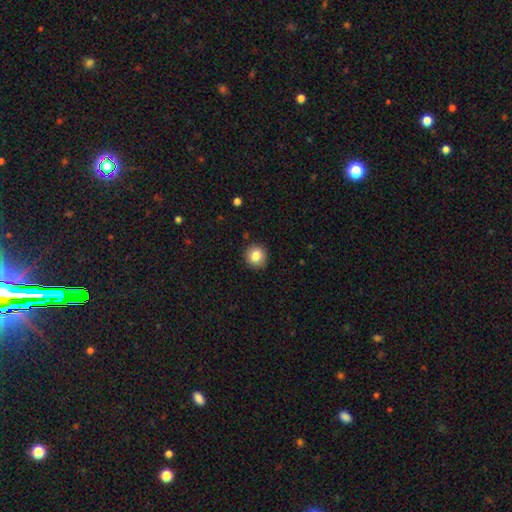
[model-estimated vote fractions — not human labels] Smooth or featured: smooth — 84% (star or artifact — 9%)
How rounded: round — 92% (in between — 7%)
Merging: none — 91% (minor disturbance — 6%)